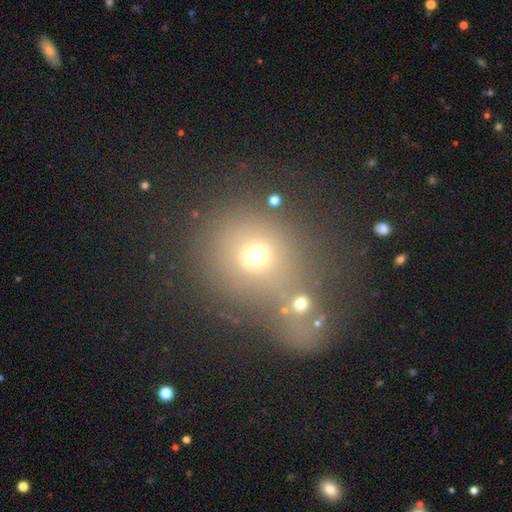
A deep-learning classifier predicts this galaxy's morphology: A smooth galaxy with no disk features (63%) that is round (79%).

Vote fractions:
- Smooth or featured? smooth: 63% / star or artifact: 23% / featured or disk: 14%
- How rounded? round: 79% / in between: 20% / cigar-shaped: 1%
- Merging? none: 51% / merger: 28% / minor disturbance: 12% / major disturbance: 9%